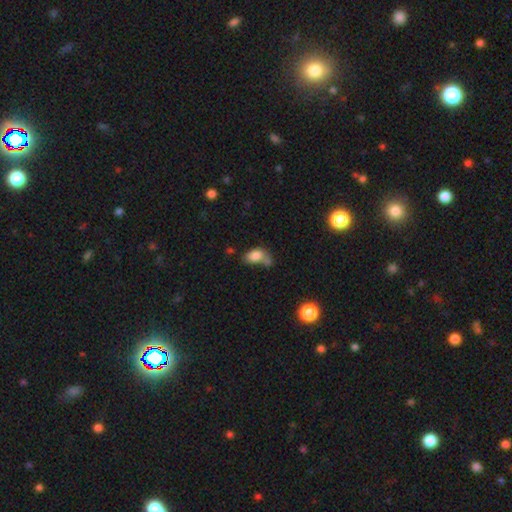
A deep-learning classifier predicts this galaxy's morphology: This is clearly a smooth galaxy (81%). How rounded: clearly in between (86%). Merging: marginally merger (37%).